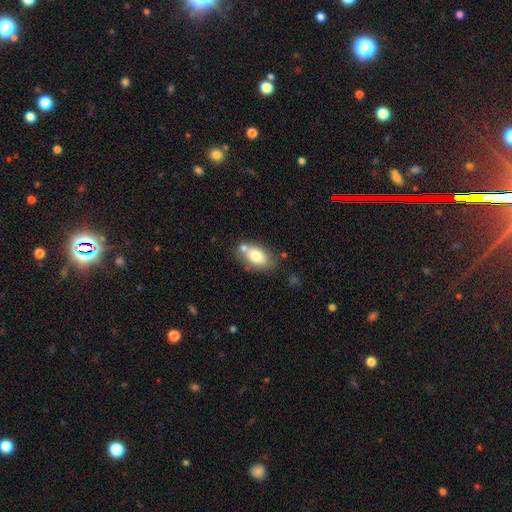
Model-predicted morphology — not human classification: Overall: smooth (73%). How rounded: in between (89%). Merging: none (57%; merger 22%).